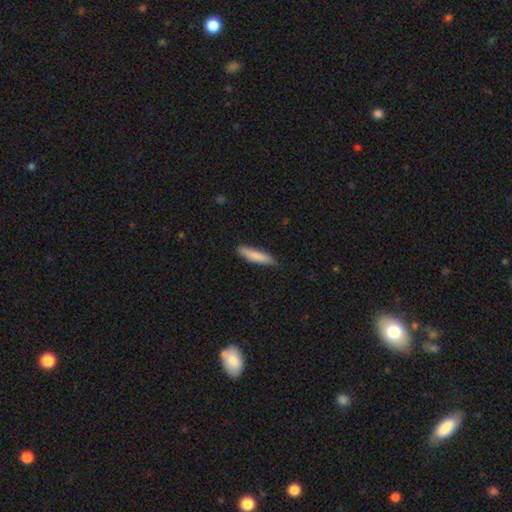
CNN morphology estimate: Smooth or featured?
  - smooth: 83% *
  - featured or disk: 12%
  - star or artifact: 5%
How rounded?
  - cigar-shaped: 84% *
  - in between: 15%
  - round: 1%
Merging?
  - none: 87% *
  - minor disturbance: 10%
  - major disturbance: 2%
  - merger: 1%